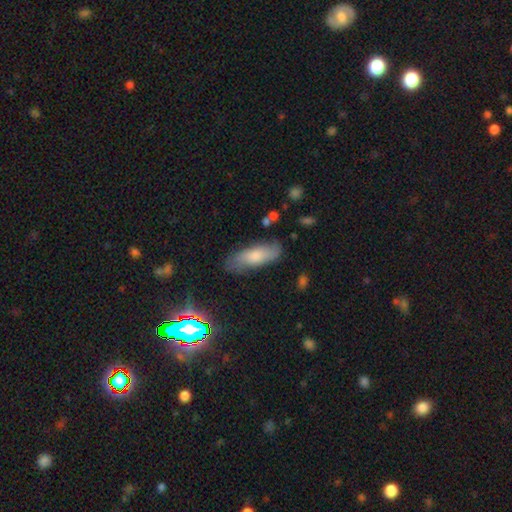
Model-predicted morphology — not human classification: The model was most divided on "how rounded": in between: 63%, cigar-shaped: 35%, round: 2%. More confident: merging — none (71%); smooth or featured — smooth (70%).